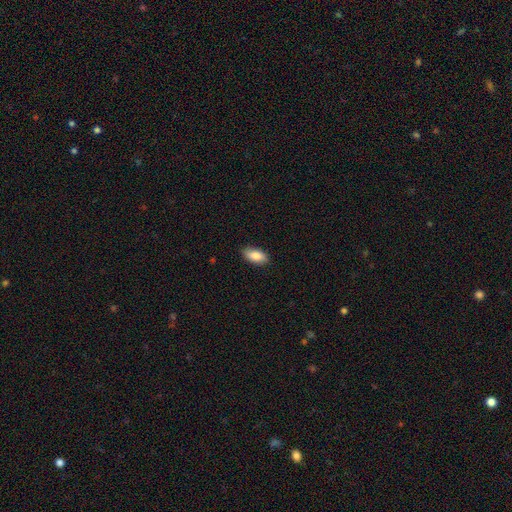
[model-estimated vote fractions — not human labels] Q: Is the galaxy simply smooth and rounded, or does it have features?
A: smooth — 87%.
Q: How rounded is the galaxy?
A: in between — 91%.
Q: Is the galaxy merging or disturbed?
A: none — 88%.